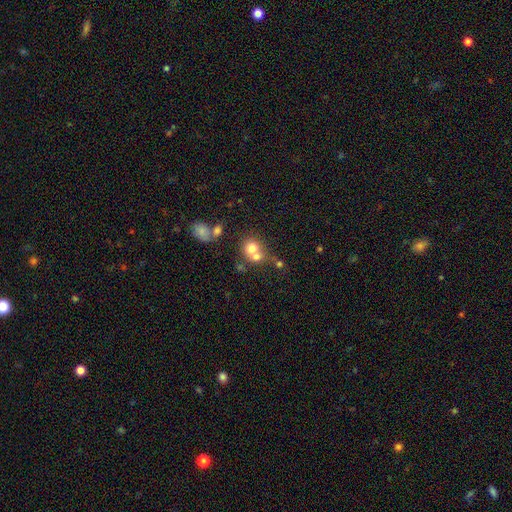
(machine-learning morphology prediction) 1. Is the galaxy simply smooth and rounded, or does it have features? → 63% smooth, 21% star or artifact, 16% featured or disk.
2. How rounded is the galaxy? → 82% round, 17% in between, 1% cigar-shaped.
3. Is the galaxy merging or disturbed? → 45% merger, 43% none, 8% minor disturbance, 5% major disturbance.